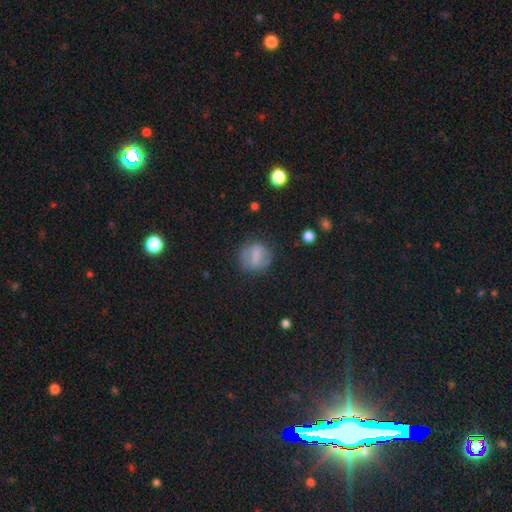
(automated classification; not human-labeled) The model was most divided on "smooth or featured": smooth: 57%, featured or disk: 33%, star or artifact: 10%. More confident: merging — none (71%); how rounded — round (71%).